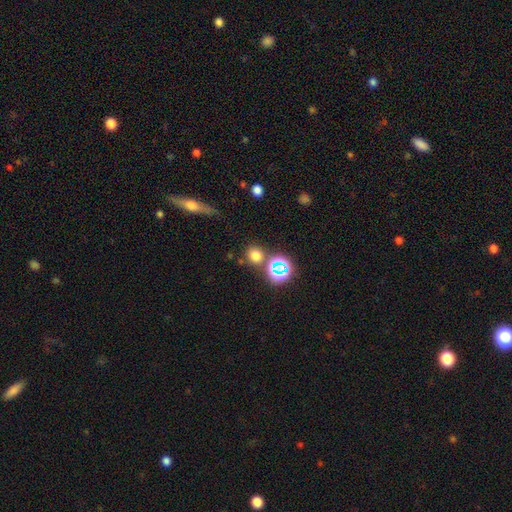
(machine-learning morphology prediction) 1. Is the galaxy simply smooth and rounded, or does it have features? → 70% smooth, 24% star or artifact, 6% featured or disk.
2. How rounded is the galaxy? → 84% round, 14% in between, 1% cigar-shaped.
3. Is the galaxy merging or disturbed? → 78% none, 10% merger, 8% minor disturbance, 3% major disturbance.